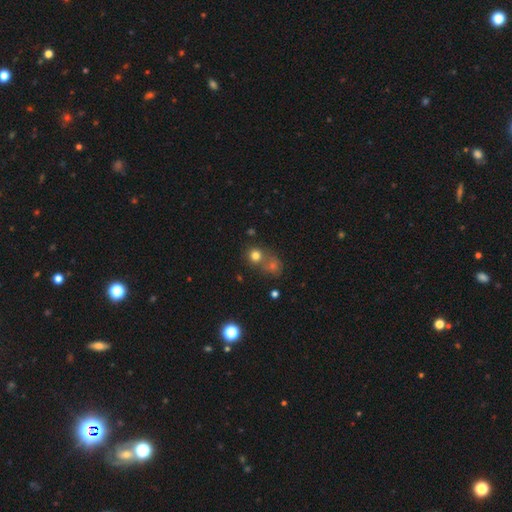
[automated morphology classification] Q: Smooth or featured?
A: smooth (75%); runner-up: star or artifact (17%)
Q: How rounded?
A: round (85%); runner-up: in between (14%)
Q: Merging?
A: none (51%); runner-up: merger (37%)